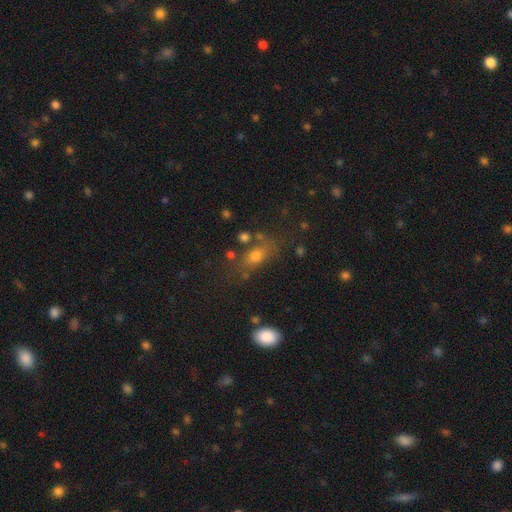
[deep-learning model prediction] Smooth or featured? Predicted: smooth (p=0.68). How rounded? Predicted: in between (p=0.69). Merging? Predicted: none (p=0.65).